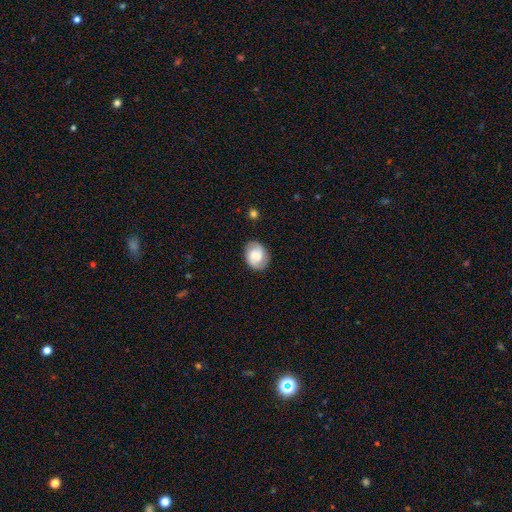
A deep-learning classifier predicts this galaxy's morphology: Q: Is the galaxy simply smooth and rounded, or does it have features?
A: featured or disk — 48%.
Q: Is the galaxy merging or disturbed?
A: none — 81%.